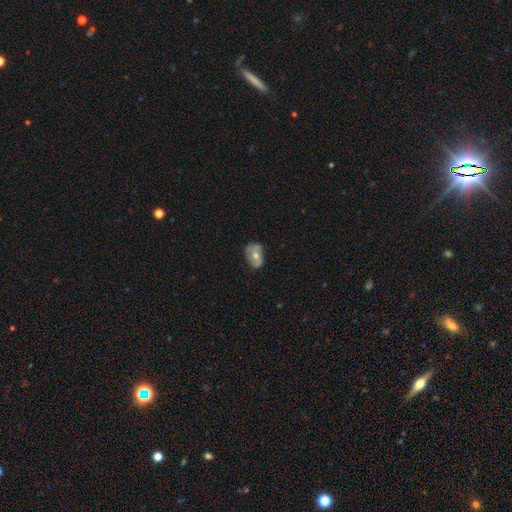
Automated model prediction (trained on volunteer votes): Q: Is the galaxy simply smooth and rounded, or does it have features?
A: featured or disk — 53%.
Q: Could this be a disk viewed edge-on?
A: no — 94%.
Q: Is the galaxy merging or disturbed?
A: none — 67%.